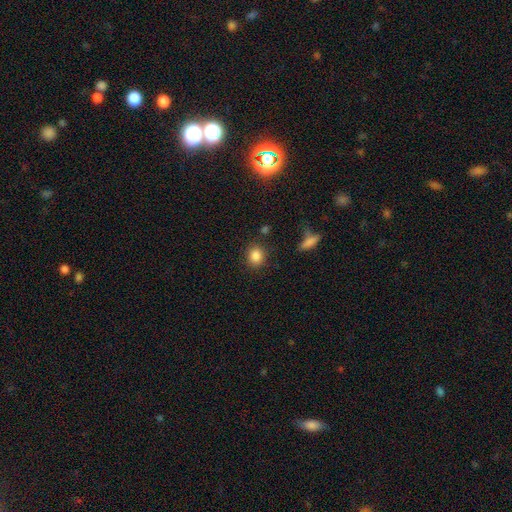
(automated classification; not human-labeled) smooth-or-featured: smooth: 86% | star or artifact: 10% | featured or disk: 5%
  how-rounded: round: 69% | in between: 29% | cigar-shaped: 1%
  merging: none: 85% | minor disturbance: 9% | major disturbance: 3% | merger: 3%